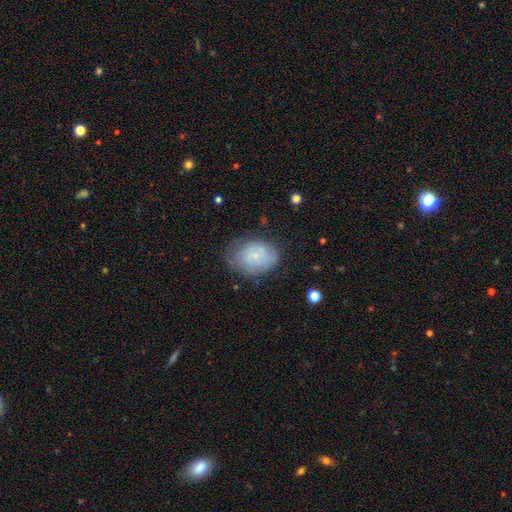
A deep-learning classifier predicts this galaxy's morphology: This is possibly a smooth galaxy (57%). How rounded: likely in between (68%). Merging: likely none (64%).